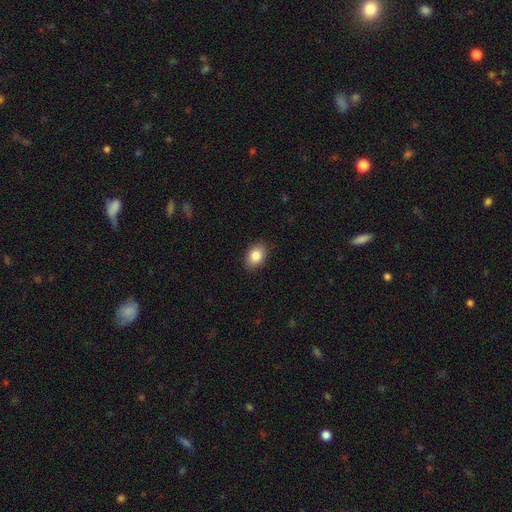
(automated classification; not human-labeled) This appears to be a smooth galaxy with no disk features (85%) that is in between round and cigar-shaped (80%). Merging: none (88%).